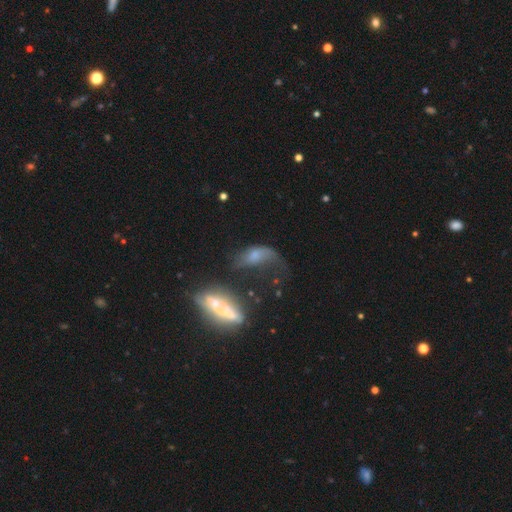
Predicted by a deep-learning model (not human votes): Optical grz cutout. It shows a smooth galaxy with no disk features (46%). Merging: major disturbance (42%).